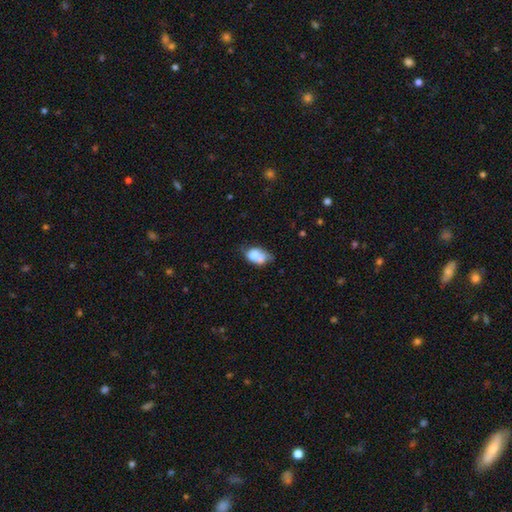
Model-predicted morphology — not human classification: Smooth or featured? smooth (74%)
How rounded? in between (89%)
Merging? none (37%)